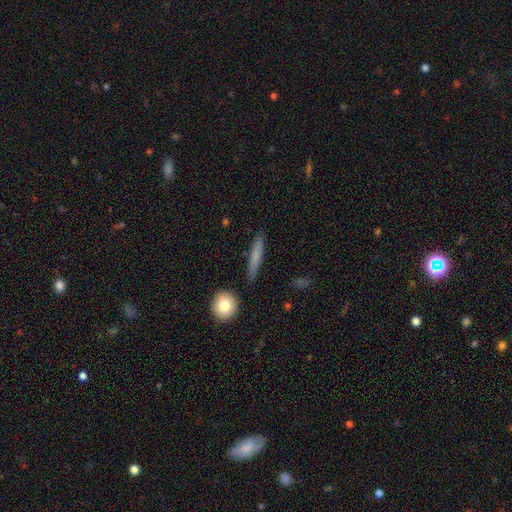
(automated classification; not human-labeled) The model was most divided on "smooth or featured": smooth: 71%, featured or disk: 22%, star or artifact: 7%. More confident: how rounded — cigar-shaped (91%); merging — none (88%).